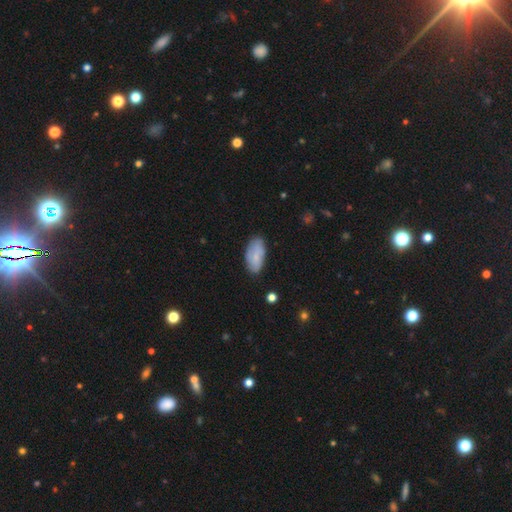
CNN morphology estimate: Q: Smooth or featured?
A: smooth (66%); runner-up: featured or disk (27%)
Q: How rounded?
A: in between (92%); runner-up: cigar-shaped (5%)
Q: Merging?
A: none (75%); runner-up: minor disturbance (19%)